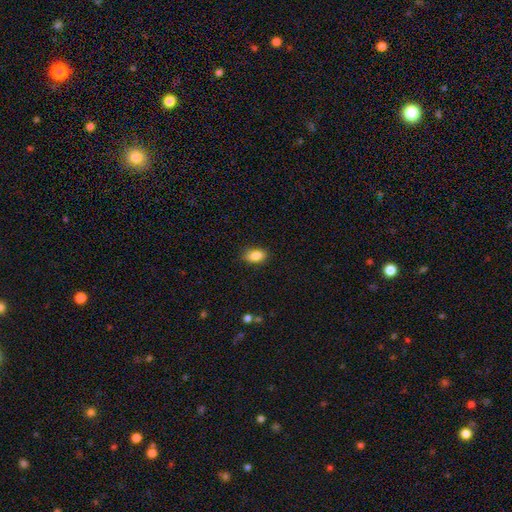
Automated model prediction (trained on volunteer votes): Morphology: type=smooth (87%); roundness=in between (89%); merging=none (86%).